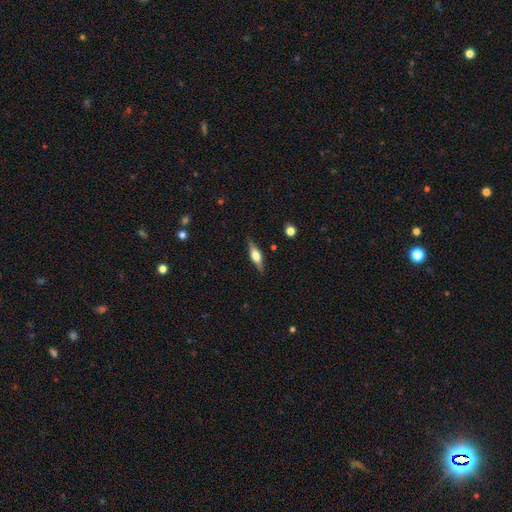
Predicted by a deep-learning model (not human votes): Overall: featured or disk (62%; smooth 32%). Edge-on disk: yes (96%). Edge-on bulge: rounded (85%). Merging: none (85%).